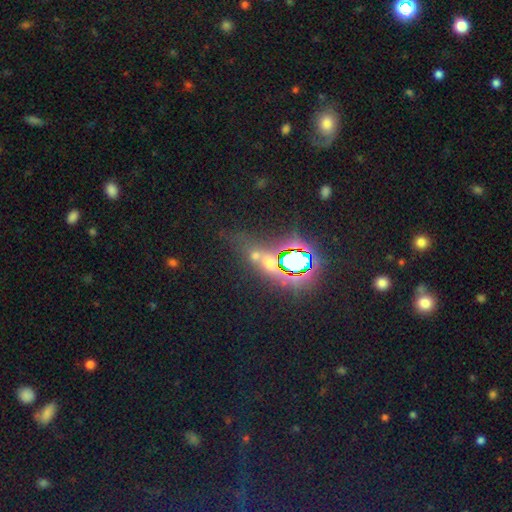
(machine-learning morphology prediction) Q: Smooth or featured?
A: star or artifact (52%); runner-up: smooth (33%)